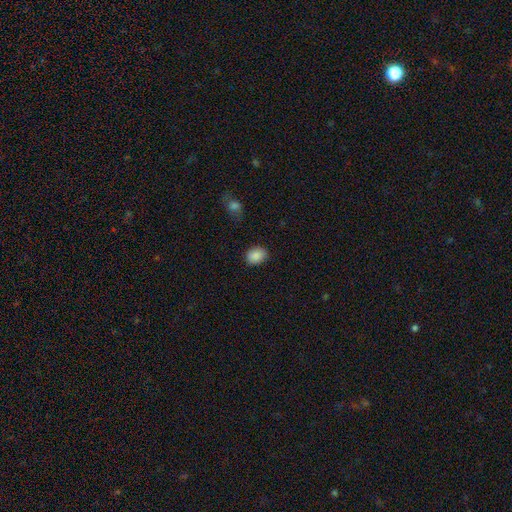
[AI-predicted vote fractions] Overall: smooth (88%). How rounded: in between (61%; round 38%). Merging: none (84%).